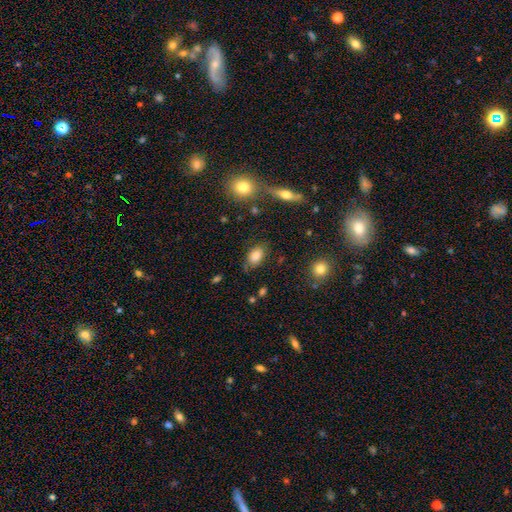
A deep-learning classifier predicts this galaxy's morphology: Smooth or featured?
  - smooth: 82% *
  - star or artifact: 9%
  - featured or disk: 9%
How rounded?
  - in between: 86% *
  - round: 12%
  - cigar-shaped: 2%
Merging?
  - none: 78% *
  - minor disturbance: 15%
  - major disturbance: 4%
  - merger: 3%